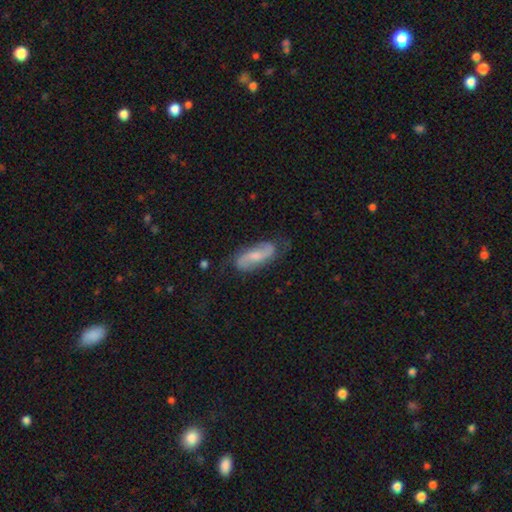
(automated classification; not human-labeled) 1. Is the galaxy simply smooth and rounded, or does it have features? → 72% featured or disk, 22% smooth, 6% star or artifact.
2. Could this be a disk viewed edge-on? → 93% no, 7% yes.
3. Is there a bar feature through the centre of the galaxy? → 43% weak, 41% no, 16% strong.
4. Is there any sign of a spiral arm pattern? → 94% yes, 6% no.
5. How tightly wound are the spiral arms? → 47% loose, 38% medium, 15% tight.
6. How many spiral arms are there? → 90% 2, 5% can't tell, 2% 1, 1% 3, 1% 4, 1% more than 4.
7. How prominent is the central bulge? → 43% small, 41% moderate, 11% none, 4% large, 1% dominant.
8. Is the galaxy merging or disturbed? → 73% none, 19% minor disturbance, 7% major disturbance, 2% merger.